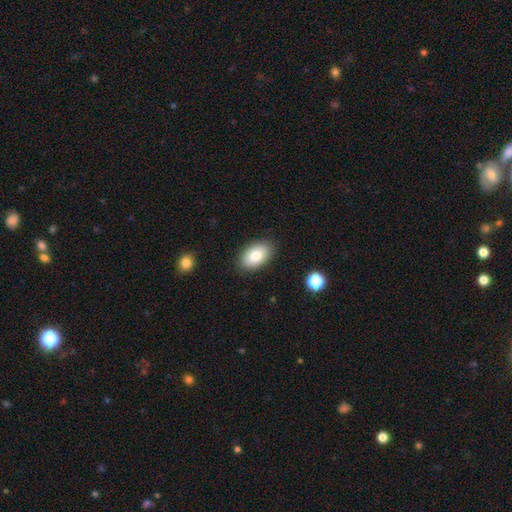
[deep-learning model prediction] Morphology: type=smooth (81%); roundness=in between (93%); merging=none (87%).